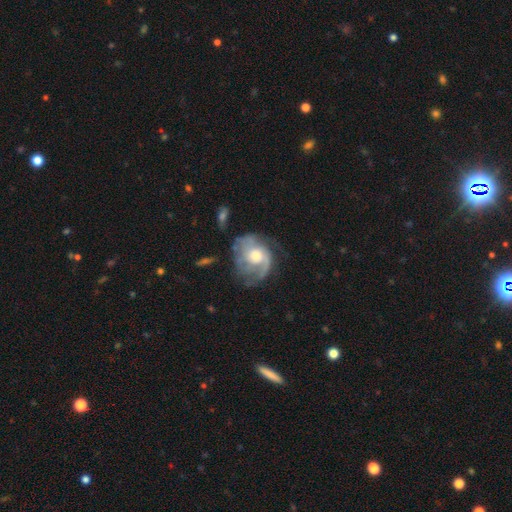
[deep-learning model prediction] Q: Smooth or featured?
A: featured or disk (75%); runner-up: smooth (19%)
Q: Edge-on disk?
A: no (97%); runner-up: yes (3%)
Q: Bar?
A: no (74%); runner-up: weak (22%)
Q: Spiral arms?
A: yes (87%); runner-up: no (13%)
Q: Spiral winding?
A: tight (38%); tied with: medium (38%)
Q: Spiral arm count?
A: 2 (34%); runner-up: 1 (25%)
Q: Bulge size?
A: moderate (62%); runner-up: large (21%)
Q: Merging?
A: none (52%); runner-up: minor disturbance (24%)